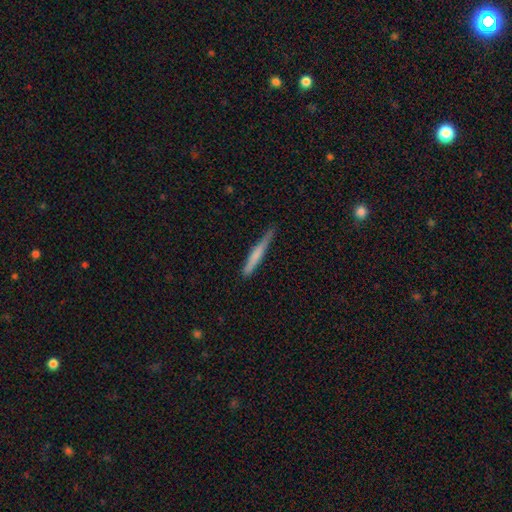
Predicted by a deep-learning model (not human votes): This appears to be a smooth galaxy with no disk features (62%) that is cigar-shaped (96%). Merging: none (78%).